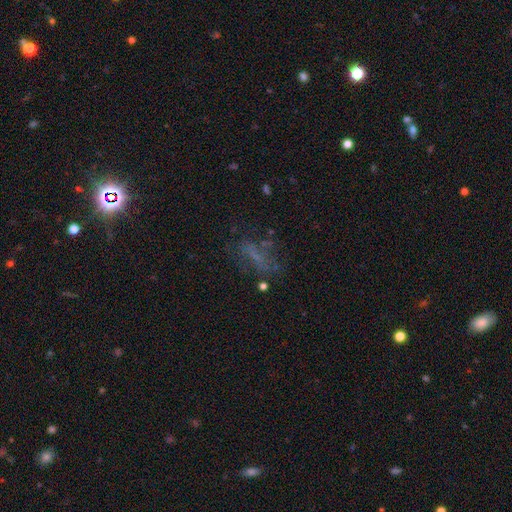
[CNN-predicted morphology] smooth 40%, featured or disk 34%, star or artifact 26%. Down the decision tree: merging — none (49%).